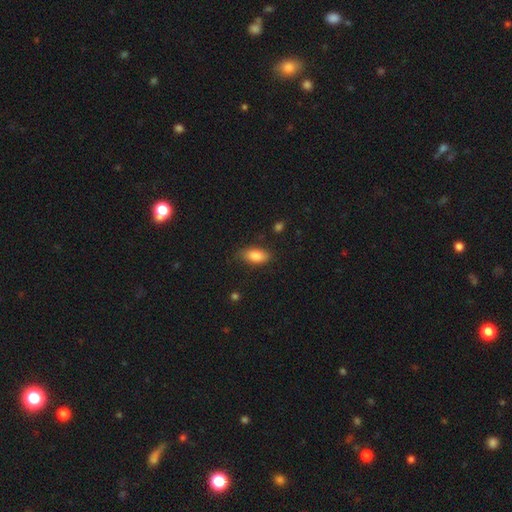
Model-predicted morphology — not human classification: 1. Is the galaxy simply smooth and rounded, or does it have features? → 84% smooth, 9% featured or disk, 7% star or artifact.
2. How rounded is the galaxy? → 89% in between, 8% cigar-shaped, 4% round.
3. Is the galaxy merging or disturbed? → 79% none, 16% minor disturbance, 3% major disturbance, 2% merger.